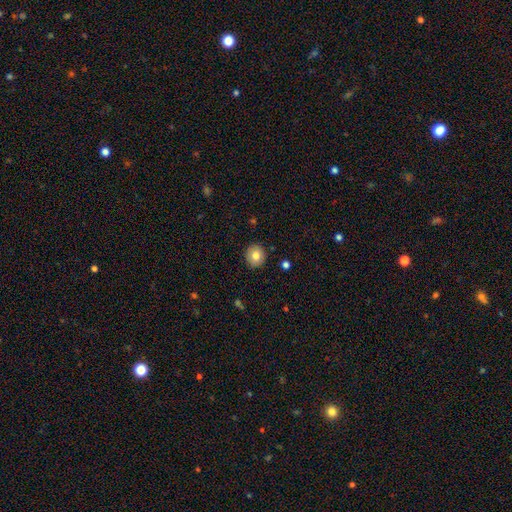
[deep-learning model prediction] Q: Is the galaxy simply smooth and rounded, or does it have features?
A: smooth — 80%.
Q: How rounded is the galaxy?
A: round — 84%.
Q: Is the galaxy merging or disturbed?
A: none — 89%.